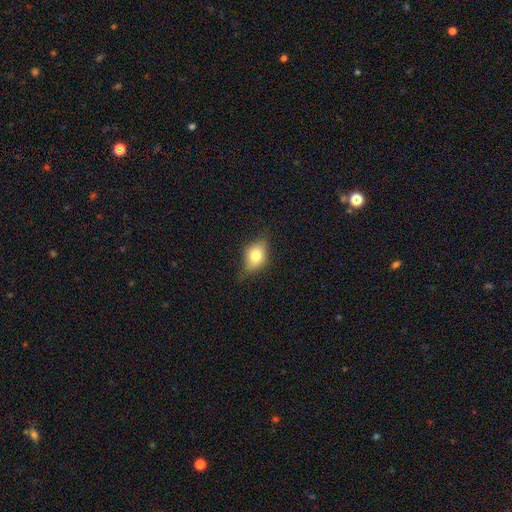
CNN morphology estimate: Overall: smooth (71%). How rounded: in between (68%; round 29%). Merging: none (67%).